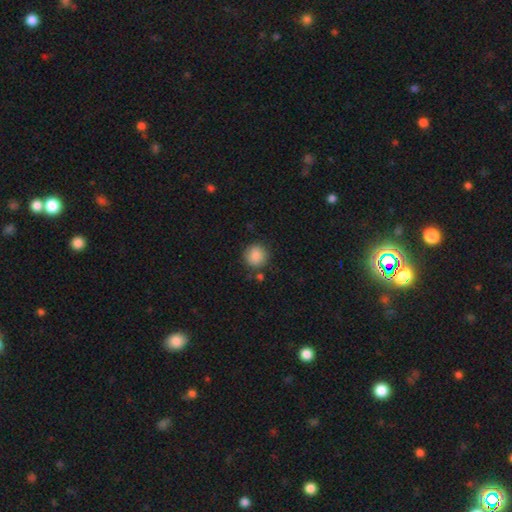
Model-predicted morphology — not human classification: A smooth galaxy with no disk features (87%) that is round (91%). Merging: none (82%).